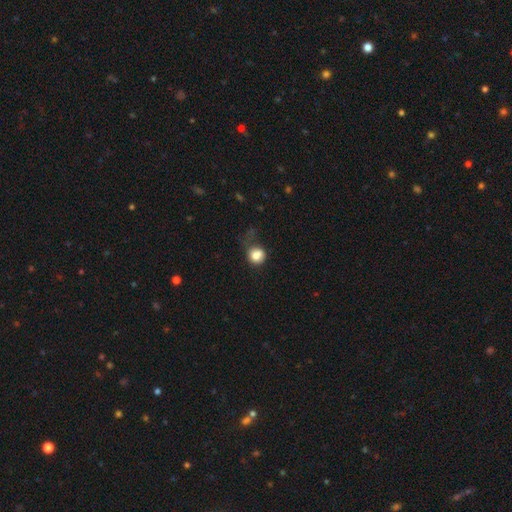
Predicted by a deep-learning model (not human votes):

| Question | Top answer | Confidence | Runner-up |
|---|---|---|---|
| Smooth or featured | smooth | 83% | star or artifact (10%) |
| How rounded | round | 79% | in between (20%) |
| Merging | none | 44% | minor disturbance (28%) |